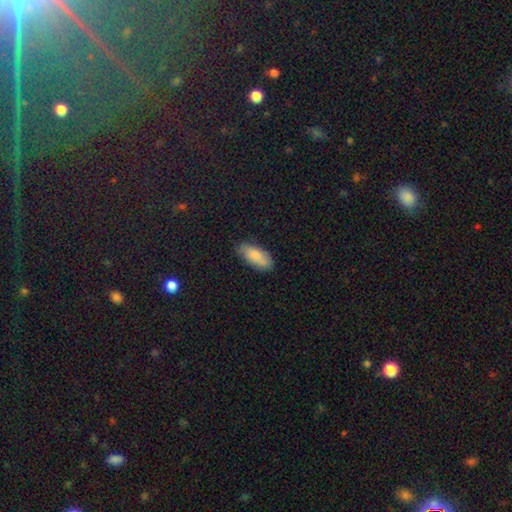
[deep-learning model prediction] smooth_or_featured: smooth (p=0.84) [alt: featured or disk p=0.10]
how_rounded: in between (p=0.87) [alt: cigar-shaped p=0.11]
merging: none (p=0.76) [alt: minor disturbance p=0.19]